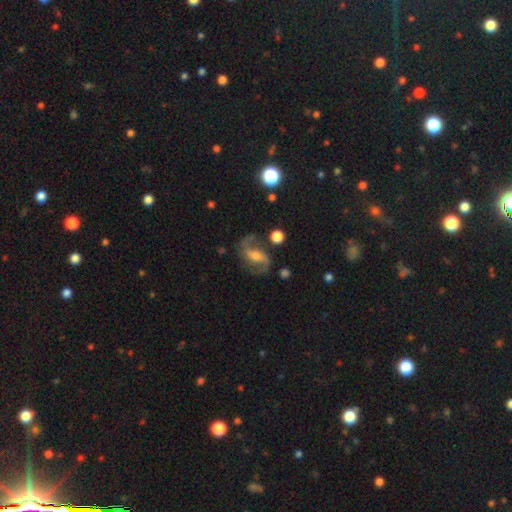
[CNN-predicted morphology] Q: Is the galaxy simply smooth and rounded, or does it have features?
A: featured or disk — 86%.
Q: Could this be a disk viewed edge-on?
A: no — 97%.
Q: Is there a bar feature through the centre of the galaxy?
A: weak — 43%.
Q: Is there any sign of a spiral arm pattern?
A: yes — 96%.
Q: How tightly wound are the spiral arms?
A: loose — 53%.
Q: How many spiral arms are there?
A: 2 — 93%.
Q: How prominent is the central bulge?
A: moderate — 49%.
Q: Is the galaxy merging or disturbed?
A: none — 76%.